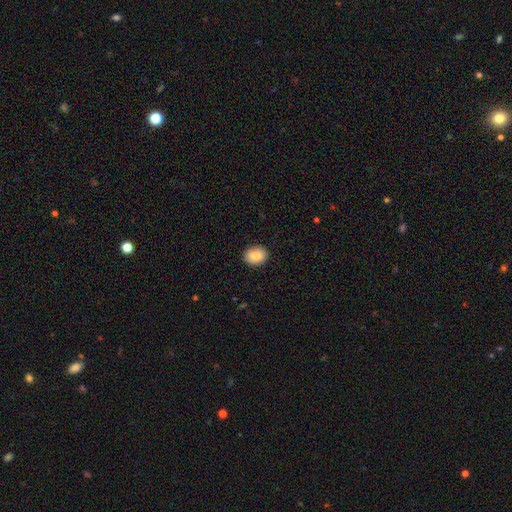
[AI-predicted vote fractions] A smooth galaxy with no disk features (84%) that is round (50%). Merging: none (90%).